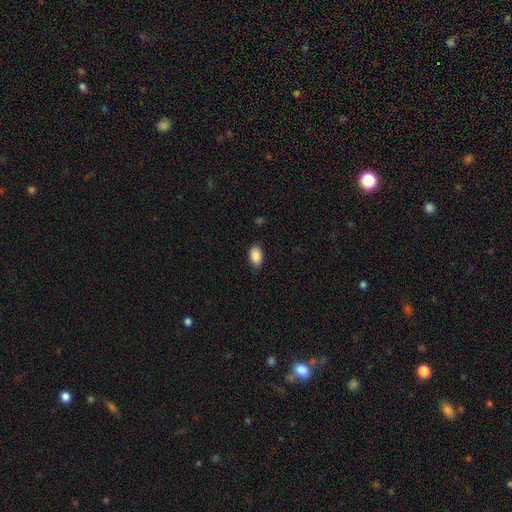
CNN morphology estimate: This appears to be a smooth galaxy with no disk features (88%) that is in between round and cigar-shaped (92%). Merging: none (85%).